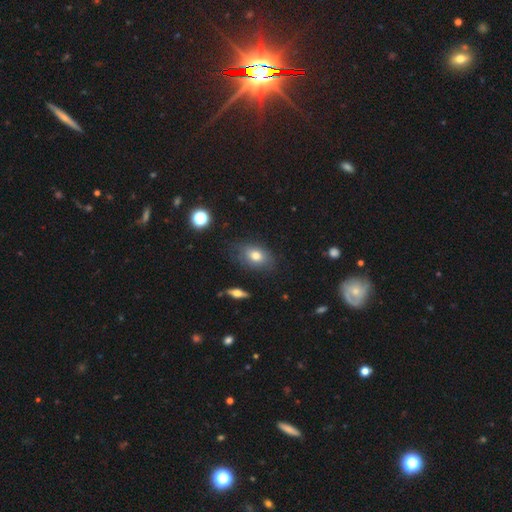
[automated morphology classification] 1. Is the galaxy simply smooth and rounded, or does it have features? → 75% smooth, 15% featured or disk, 10% star or artifact.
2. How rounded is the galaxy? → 80% in between, 18% round, 2% cigar-shaped.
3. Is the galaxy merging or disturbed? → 75% none, 18% minor disturbance, 5% major disturbance, 2% merger.